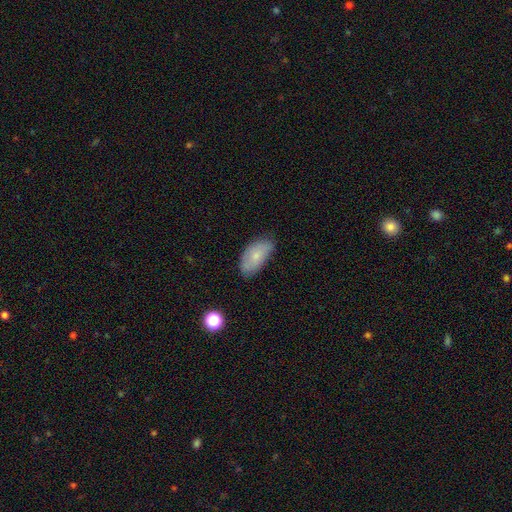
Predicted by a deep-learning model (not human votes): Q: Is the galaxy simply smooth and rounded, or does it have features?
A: smooth — 74%.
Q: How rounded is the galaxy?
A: in between — 93%.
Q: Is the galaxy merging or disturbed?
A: none — 69%.